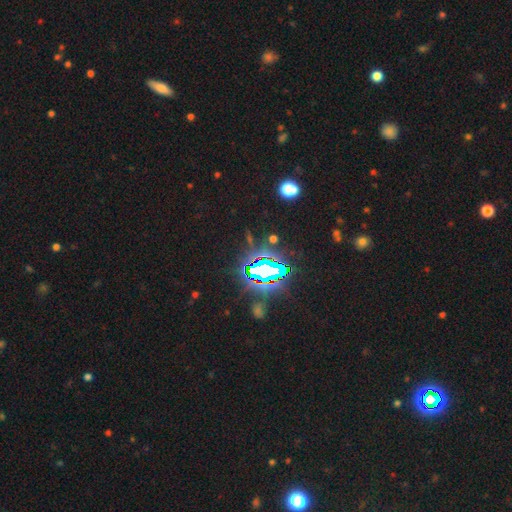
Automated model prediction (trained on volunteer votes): Smooth or featured? Predicted: star or artifact (p=0.84).